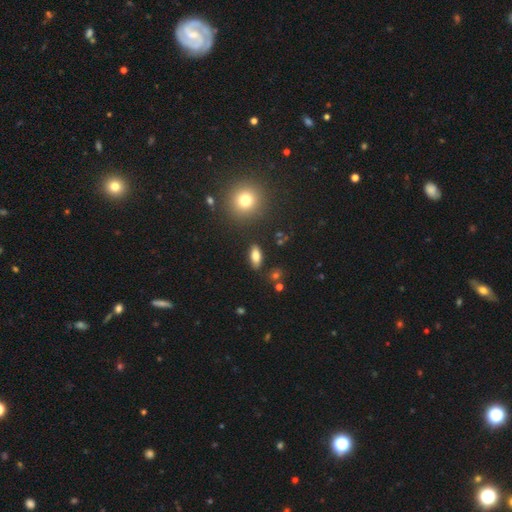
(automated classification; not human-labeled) Smooth or featured? smooth (79%)
How rounded? in between (84%)
Merging? none (87%)